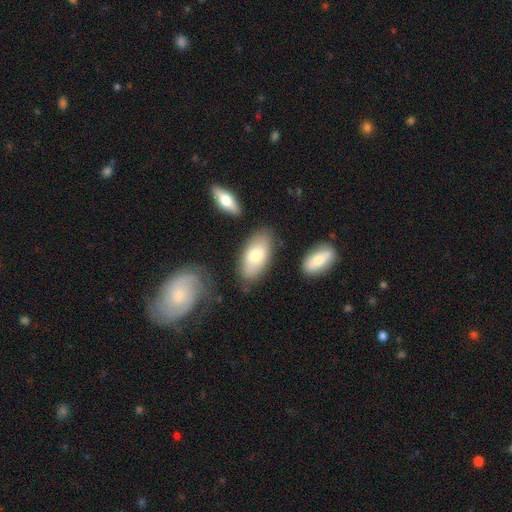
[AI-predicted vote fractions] smooth 73%, featured or disk 21%, star or artifact 6%. Down the decision tree: how rounded — in between (92%); merging — none (75%).